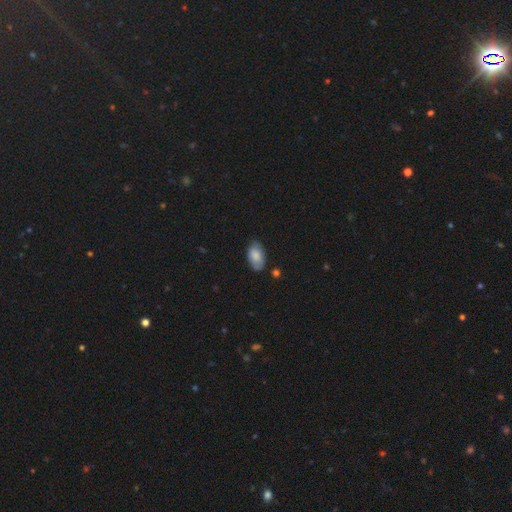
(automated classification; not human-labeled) Smooth or featured? Predicted: smooth (p=0.81). How rounded? Predicted: in between (p=0.94). Merging? Predicted: none (p=0.70).